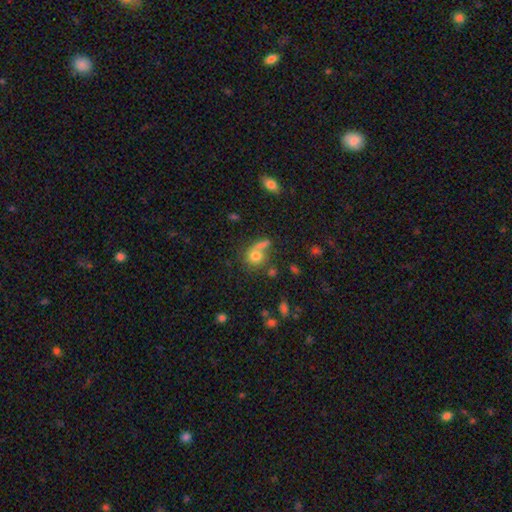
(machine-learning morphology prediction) The model was most divided on "merging": none: 47%, merger: 32%, minor disturbance: 12%, major disturbance: 8%. More confident: smooth or featured — smooth (76%); how rounded — round (75%).